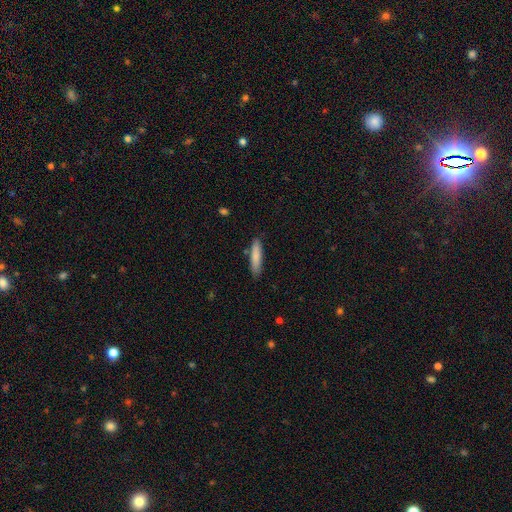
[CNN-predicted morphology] The model was most divided on "how rounded": cigar-shaped: 80%, in between: 18%, round: 1%. More confident: merging — none (83%); smooth or featured — smooth (81%).